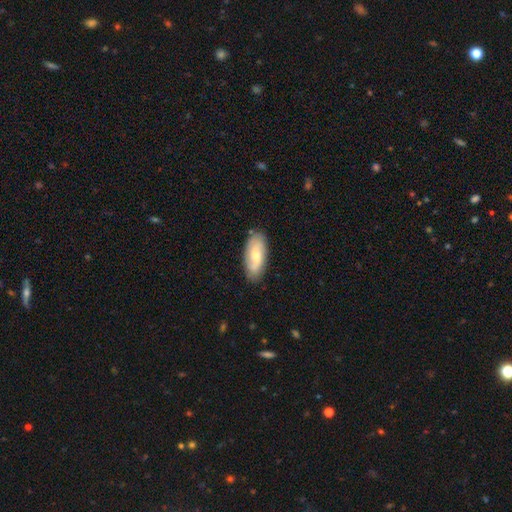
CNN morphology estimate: smooth-or-featured: smooth: 49% | featured or disk: 46% | star or artifact: 6%
  merging: none: 80% | minor disturbance: 15% | major disturbance: 3% | merger: 2%